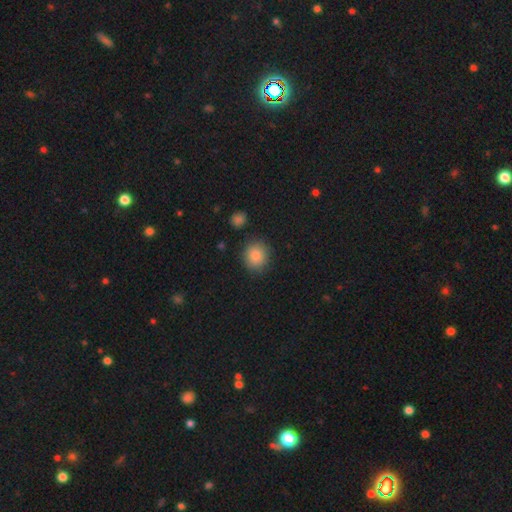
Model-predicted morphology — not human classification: This is clearly a smooth galaxy (86%). How rounded: clearly round (81%). Merging: clearly none (86%).